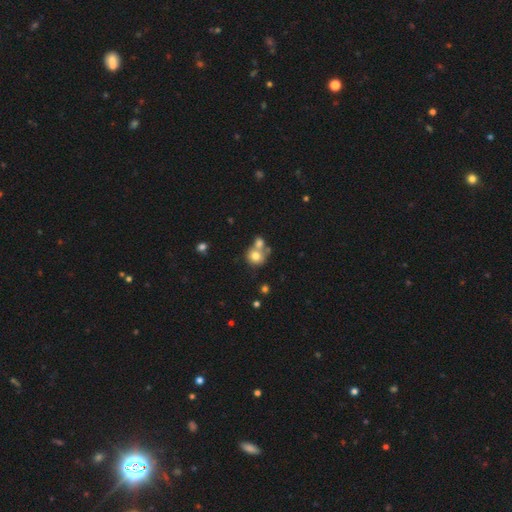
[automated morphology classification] Smooth or featured: smooth — 75% (featured or disk — 14%)
How rounded: round — 81% (in between — 18%)
Merging: merger — 45% (none — 42%)